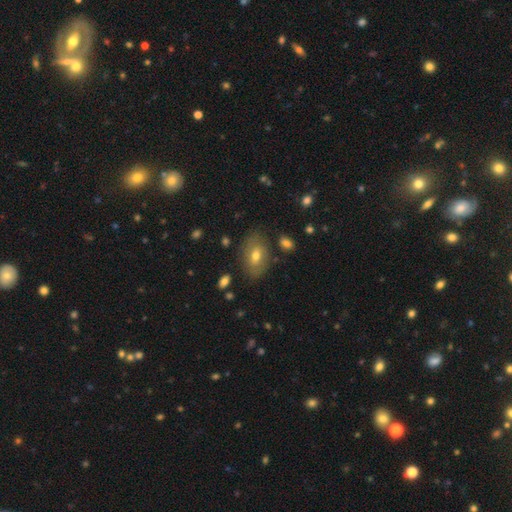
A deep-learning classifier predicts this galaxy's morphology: smooth_or_featured: smooth (p=0.53) [alt: featured or disk p=0.33]
how_rounded: in between (p=0.85) [alt: round p=0.13]
merging: none (p=0.79) [alt: minor disturbance p=0.14]